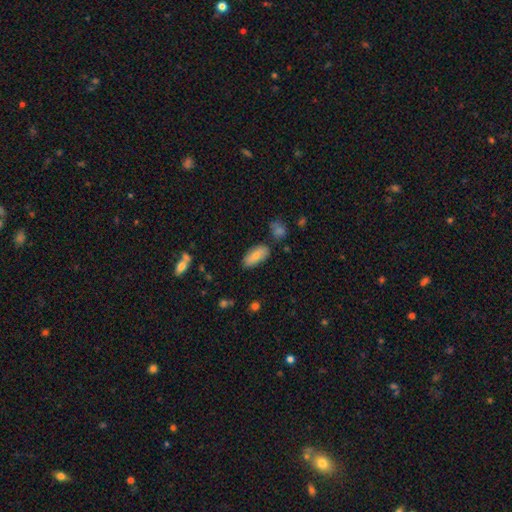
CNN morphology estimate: Overall: smooth (80%). How rounded: in between (87%). Merging: none (77%).